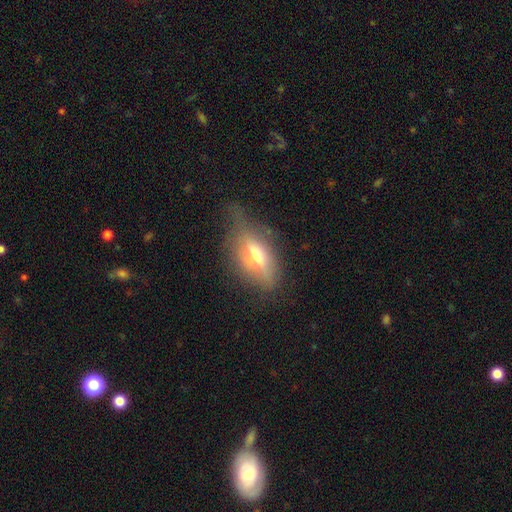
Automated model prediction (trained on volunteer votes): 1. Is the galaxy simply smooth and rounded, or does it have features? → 49% featured or disk, 41% smooth, 10% star or artifact.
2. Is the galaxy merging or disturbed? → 54% none, 30% minor disturbance, 14% major disturbance, 2% merger.